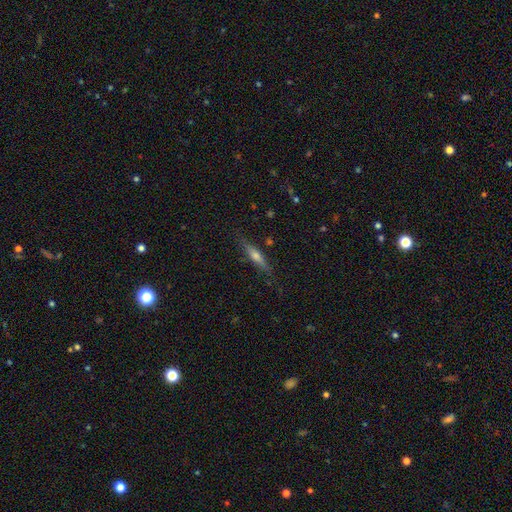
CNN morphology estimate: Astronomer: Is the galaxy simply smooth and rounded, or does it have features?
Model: featured or disk — 54% (runner-up: smooth, 39%).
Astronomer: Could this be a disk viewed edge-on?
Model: yes — 94%.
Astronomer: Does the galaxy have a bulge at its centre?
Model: rounded — 76%.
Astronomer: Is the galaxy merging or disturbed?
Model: none — 84%.